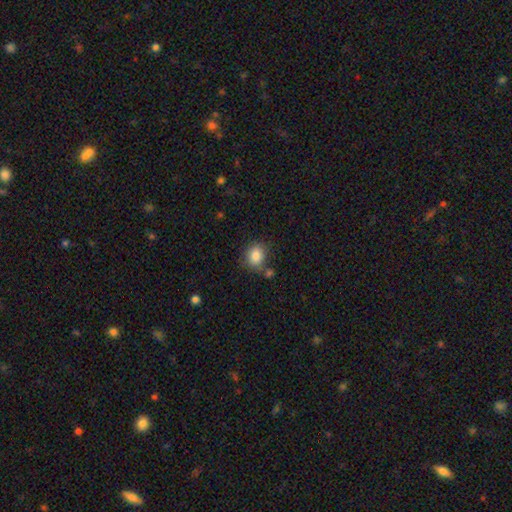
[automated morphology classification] smooth 84%, star or artifact 9%, featured or disk 7%. Down the decision tree: how rounded — round (55%); merging — none (72%).